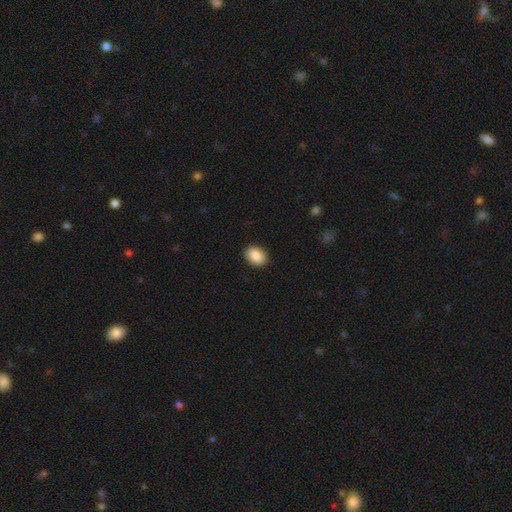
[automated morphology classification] smooth-or-featured: smooth: 89% | star or artifact: 7% | featured or disk: 4%
  how-rounded: in between: 78% | round: 21% | cigar-shaped: 1%
  merging: none: 90% | minor disturbance: 7% | major disturbance: 2% | merger: 1%